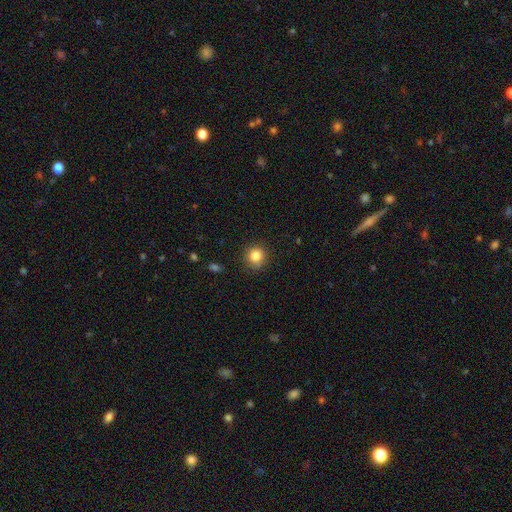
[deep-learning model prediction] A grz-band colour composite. It shows a smooth galaxy with no disk features (84%) that is round (90%). Merging: none (84%).